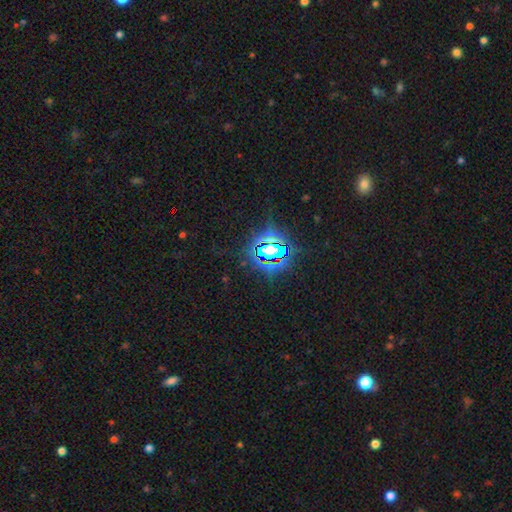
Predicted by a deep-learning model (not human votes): Smooth or featured: star or artifact — 83% (smooth — 10%)